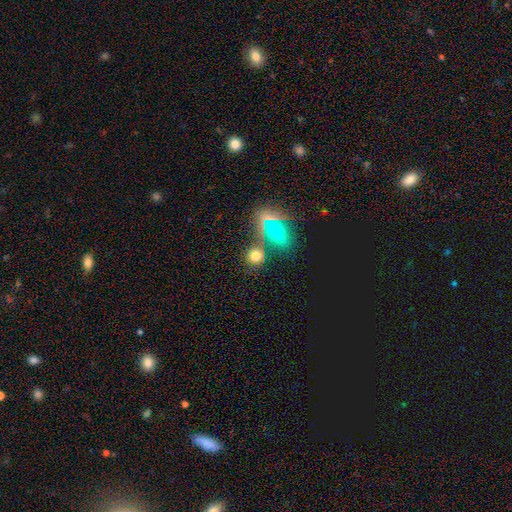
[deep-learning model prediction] smooth_or_featured: smooth (p=0.71) [alt: star or artifact p=0.19]
how_rounded: round (p=0.81) [alt: in between p=0.17]
merging: none (p=0.67) [alt: merger p=0.19]